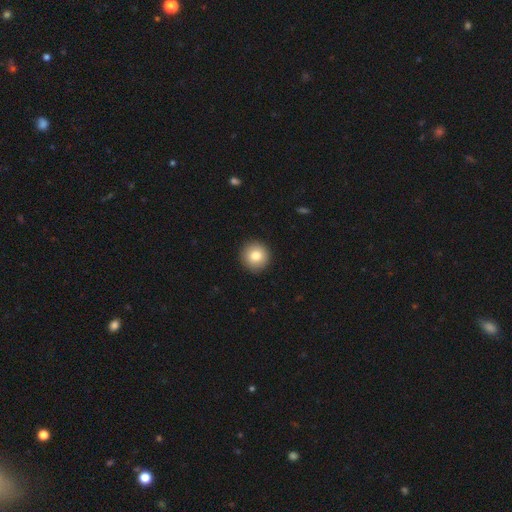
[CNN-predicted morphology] This appears to be a smooth galaxy with no disk features (82%) that is round (94%). Merging: none (92%).